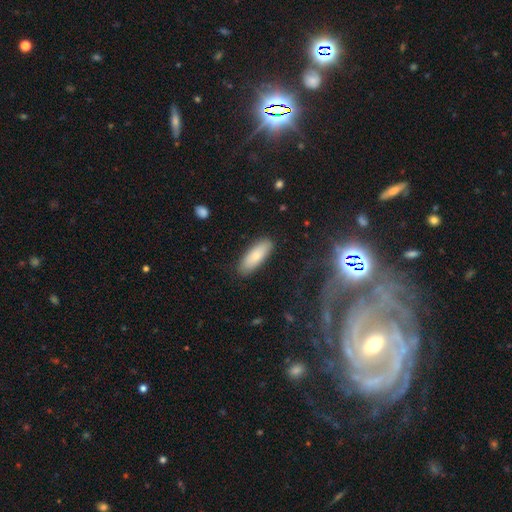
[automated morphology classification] smooth_or_featured: smooth (p=0.77) [alt: featured or disk p=0.16]
how_rounded: in between (p=0.64) [alt: cigar-shaped p=0.34]
merging: none (p=0.87) [alt: minor disturbance p=0.09]